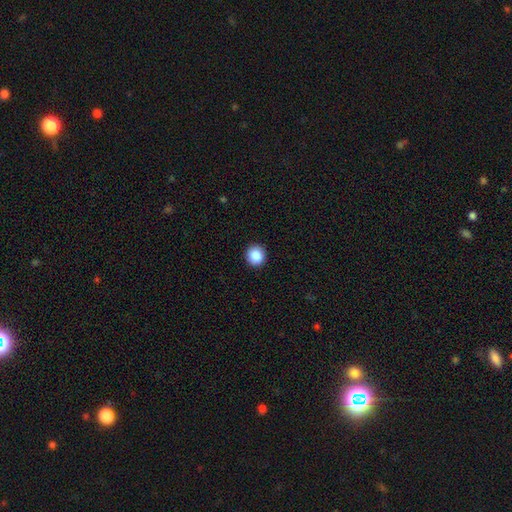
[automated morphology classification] Smooth or featured?
  - smooth: 88% *
  - star or artifact: 9%
  - featured or disk: 3%
How rounded?
  - round: 90% *
  - in between: 9%
  - cigar-shaped: 1%
Merging?
  - none: 92% *
  - minor disturbance: 6%
  - major disturbance: 2%
  - merger: 1%